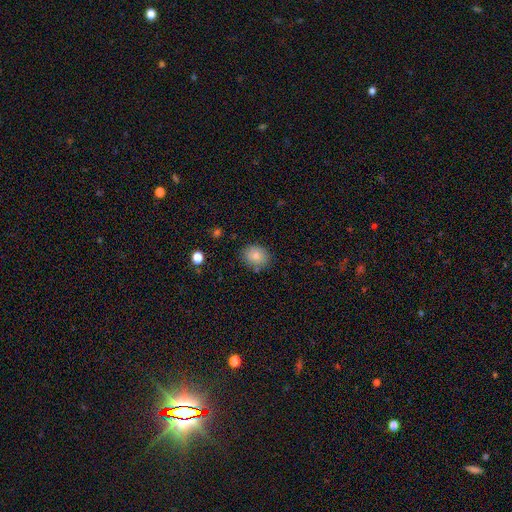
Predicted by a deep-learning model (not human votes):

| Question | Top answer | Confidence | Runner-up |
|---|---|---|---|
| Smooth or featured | smooth | 81% | featured or disk (10%) |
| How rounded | round | 57% | in between (42%) |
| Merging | none | 83% | minor disturbance (12%) |